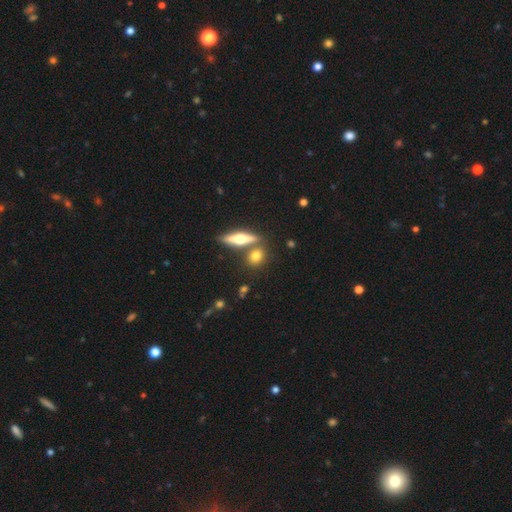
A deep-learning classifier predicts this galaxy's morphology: This appears to be a smooth galaxy with no disk features (69%) that is round (44%). Merging: none (67%).